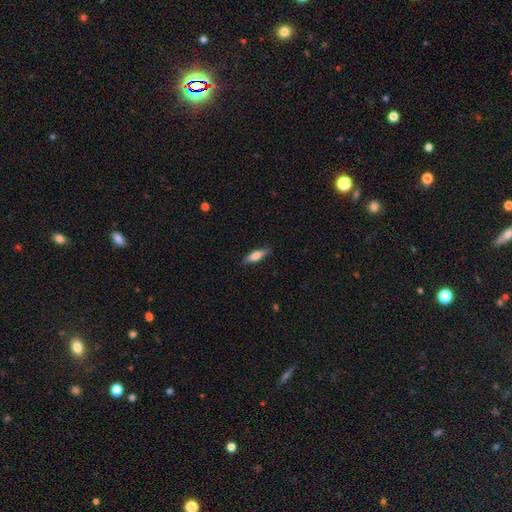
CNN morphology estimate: Q: Smooth or featured?
A: smooth (66%); runner-up: featured or disk (28%)
Q: How rounded?
A: cigar-shaped (52%); runner-up: in between (46%)
Q: Merging?
A: none (86%); runner-up: minor disturbance (11%)